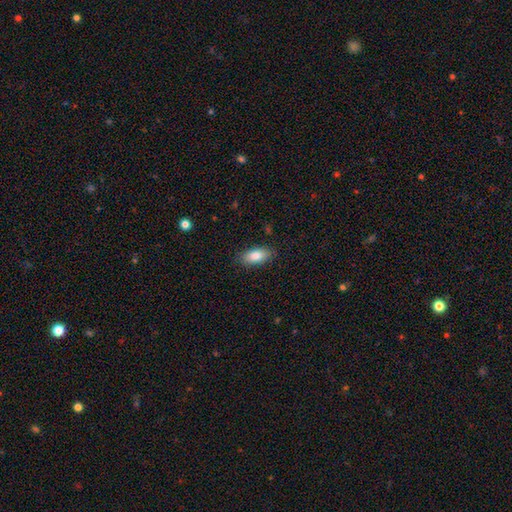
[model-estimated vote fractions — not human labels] A smooth galaxy with no disk features (83%) that is in between round and cigar-shaped (90%).

Vote fractions:
- Smooth or featured? smooth: 83% / featured or disk: 11% / star or artifact: 7%
- How rounded? in between: 90% / cigar-shaped: 7% / round: 3%
- Merging? none: 86% / minor disturbance: 11% / major disturbance: 2% / merger: 1%